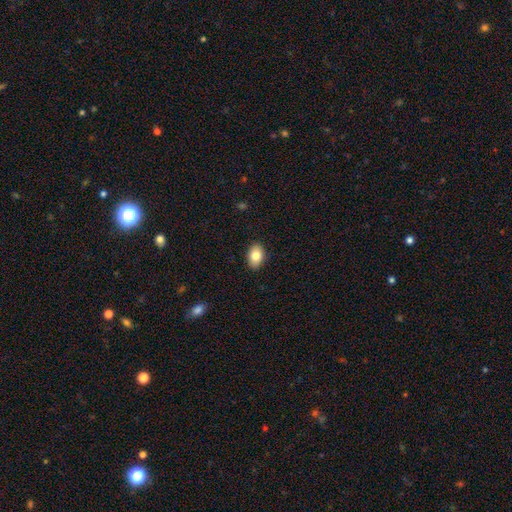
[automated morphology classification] smooth-or-featured: smooth: 81% | featured or disk: 11% | star or artifact: 8%
  how-rounded: in between: 86% | round: 13% | cigar-shaped: 1%
  merging: none: 89% | minor disturbance: 8% | major disturbance: 2% | merger: 1%